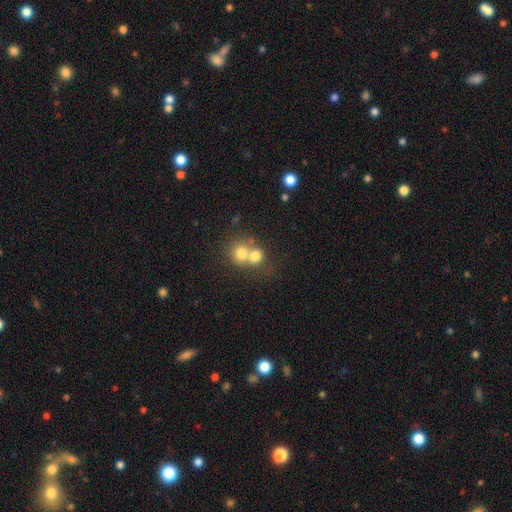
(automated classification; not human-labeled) A smooth galaxy with no disk features (71%) that is round (73%). Merging: merger (63%).